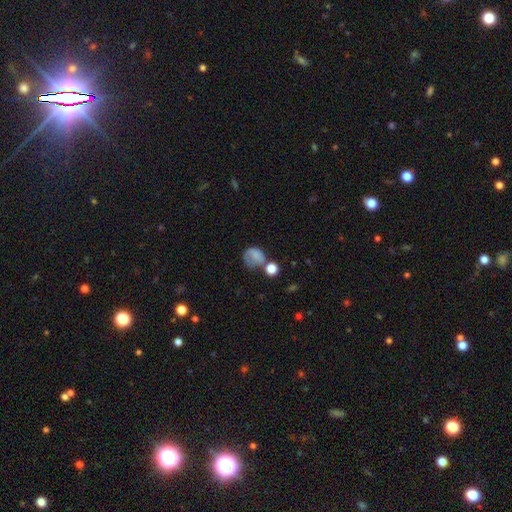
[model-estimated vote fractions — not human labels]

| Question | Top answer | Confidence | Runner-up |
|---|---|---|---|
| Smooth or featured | smooth | 71% | featured or disk (17%) |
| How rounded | round | 61% | in between (38%) |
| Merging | none | 34% | major disturbance (27%) |